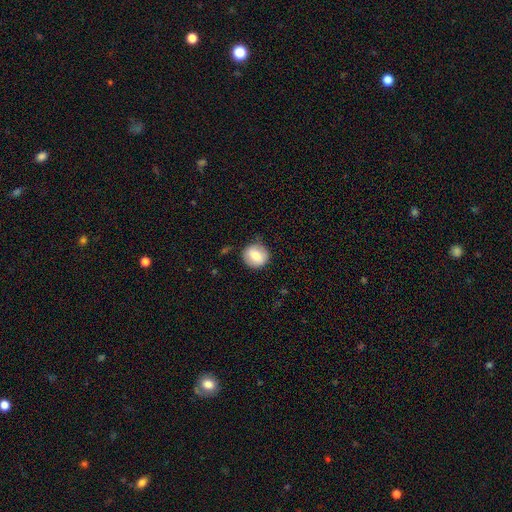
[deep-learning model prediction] Smooth or featured: smooth — 77% (featured or disk — 15%)
How rounded: round — 89% (in between — 10%)
Merging: none — 81% (minor disturbance — 14%)